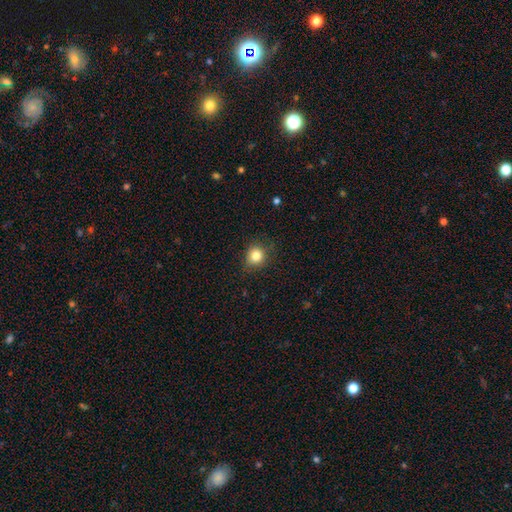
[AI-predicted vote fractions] Smooth or featured: smooth — 83% (star or artifact — 11%)
How rounded: round — 84% (in between — 15%)
Merging: none — 84% (minor disturbance — 12%)